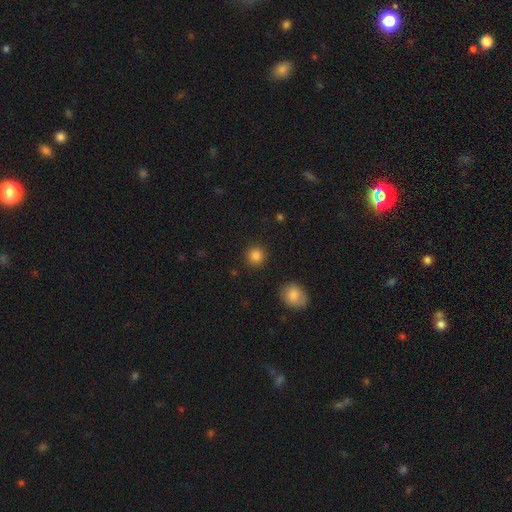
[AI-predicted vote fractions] A smooth galaxy with no disk features (86%) that is round (93%). Merging: none (91%).